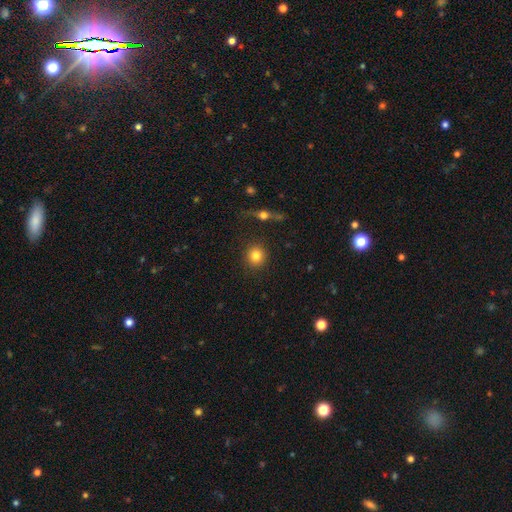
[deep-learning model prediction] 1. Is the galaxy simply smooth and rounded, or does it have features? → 81% smooth, 10% star or artifact, 8% featured or disk.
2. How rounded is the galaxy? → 92% round, 7% in between, 1% cigar-shaped.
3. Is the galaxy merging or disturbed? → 89% none, 6% minor disturbance, 2% major disturbance, 2% merger.